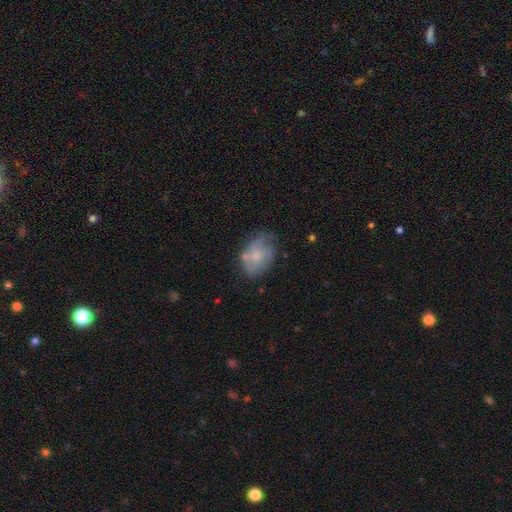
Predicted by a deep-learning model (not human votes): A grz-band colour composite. It shows a smooth galaxy with no disk features (55%) that is in between round and cigar-shaped (76%). Merging: none (48%).